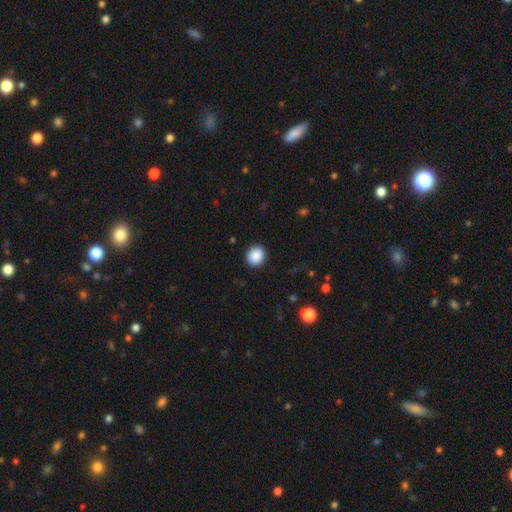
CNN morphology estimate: A smooth galaxy with no disk features (89%) that is round (75%).

Vote fractions:
- Smooth or featured? smooth: 89% / star or artifact: 8% / featured or disk: 3%
- How rounded? round: 75% / in between: 24% / cigar-shaped: 1%
- Merging? none: 90% / minor disturbance: 7% / major disturbance: 2% / merger: 1%